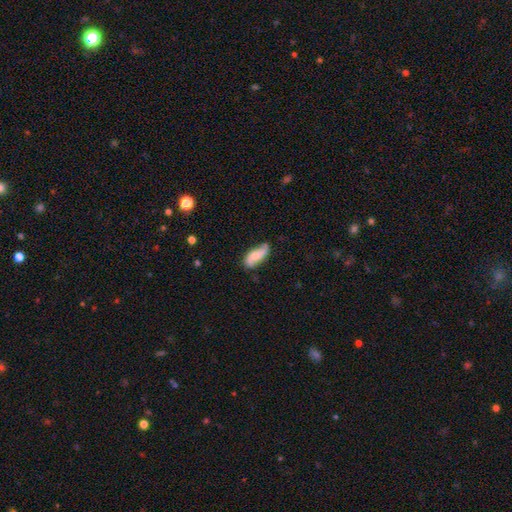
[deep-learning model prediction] Smooth or featured: featured or disk — 47% (smooth — 46%)
Merging: none — 68% (minor disturbance — 24%)